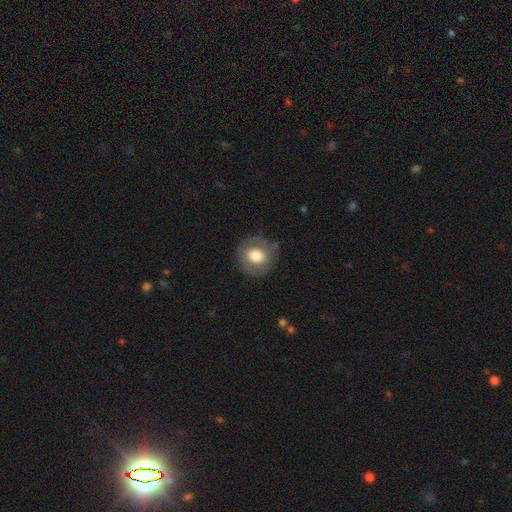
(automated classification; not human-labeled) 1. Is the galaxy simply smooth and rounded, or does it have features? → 68% smooth, 25% featured or disk, 8% star or artifact.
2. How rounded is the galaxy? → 83% round, 16% in between, 1% cigar-shaped.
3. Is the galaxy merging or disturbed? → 82% none, 12% minor disturbance, 5% major disturbance, 1% merger.